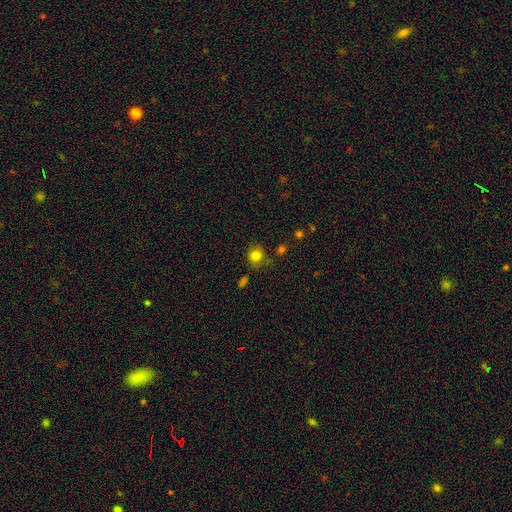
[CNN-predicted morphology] smooth-or-featured: smooth: 82% | star or artifact: 12% | featured or disk: 6%
  how-rounded: round: 81% | in between: 18% | cigar-shaped: 1%
  merging: none: 76% | minor disturbance: 15% | major disturbance: 4% | merger: 4%